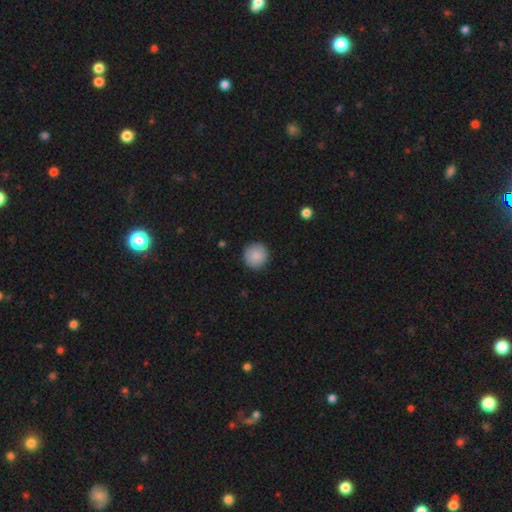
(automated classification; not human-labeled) Q: Smooth or featured?
A: smooth (88%); runner-up: star or artifact (7%)
Q: How rounded?
A: round (95%); runner-up: in between (4%)
Q: Merging?
A: none (91%); runner-up: minor disturbance (7%)